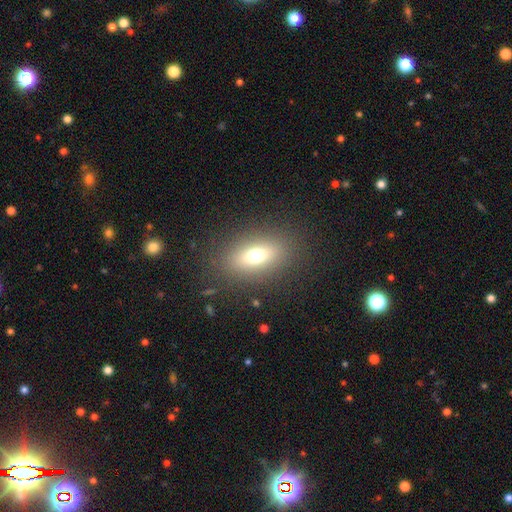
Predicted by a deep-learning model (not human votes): smooth 65%, featured or disk 22%, star or artifact 13%. Down the decision tree: how rounded — in between (75%); merging — none (85%).